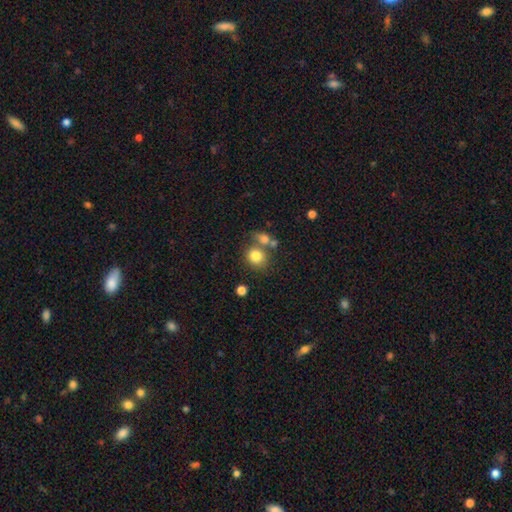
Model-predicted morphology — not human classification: Overall: smooth (80%). How rounded: round (77%). Merging: none (55%; merger 27%).